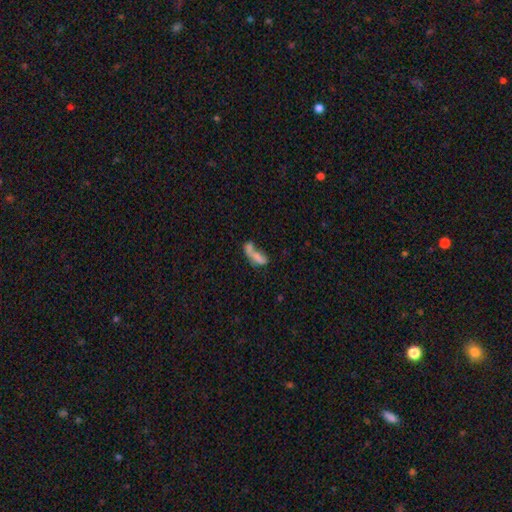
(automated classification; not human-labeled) The model was most divided on "merging": merger: 60%, none: 18%, major disturbance: 12%, minor disturbance: 10%. More confident: how rounded — in between (70%); smooth or featured — smooth (66%).